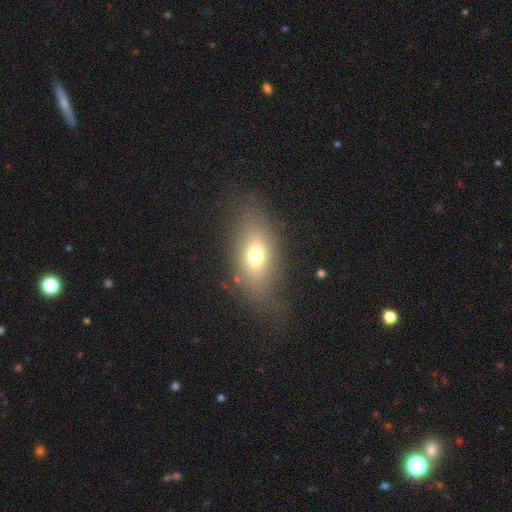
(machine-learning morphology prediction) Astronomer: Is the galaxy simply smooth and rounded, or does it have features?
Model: smooth — 68%.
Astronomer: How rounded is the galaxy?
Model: in between — 78%.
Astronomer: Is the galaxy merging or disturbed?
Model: none — 70%.